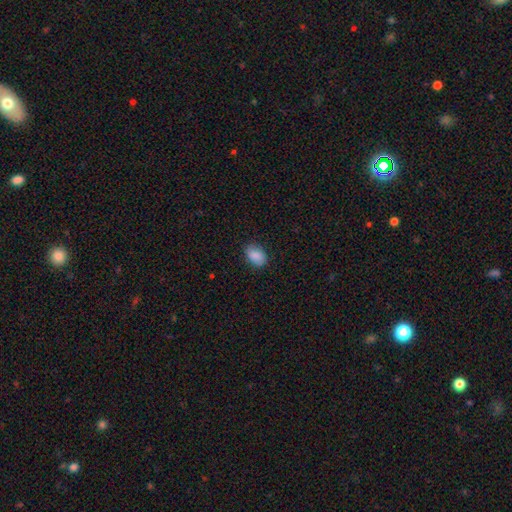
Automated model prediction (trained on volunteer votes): Q: Smooth or featured?
A: smooth (88%); runner-up: star or artifact (8%)
Q: How rounded?
A: in between (86%); runner-up: round (13%)
Q: Merging?
A: none (82%); runner-up: minor disturbance (14%)